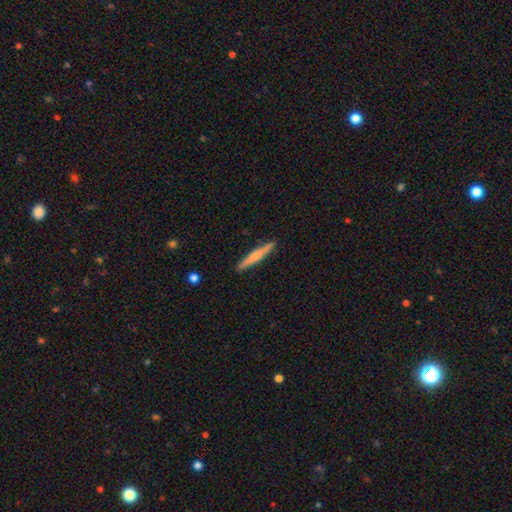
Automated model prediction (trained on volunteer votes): Q: Smooth or featured?
A: smooth (49%); runner-up: featured or disk (45%)
Q: Merging?
A: none (90%); runner-up: minor disturbance (8%)